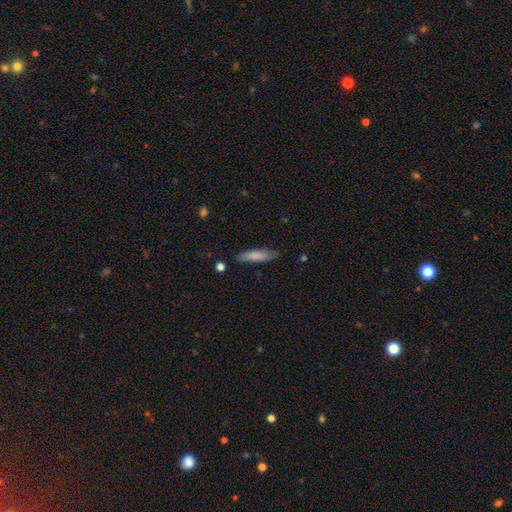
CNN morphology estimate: smooth-or-featured: smooth: 80% | featured or disk: 14% | star or artifact: 6%
  how-rounded: cigar-shaped: 73% | in between: 25% | round: 1%
  merging: none: 81% | minor disturbance: 15% | major disturbance: 3% | merger: 2%